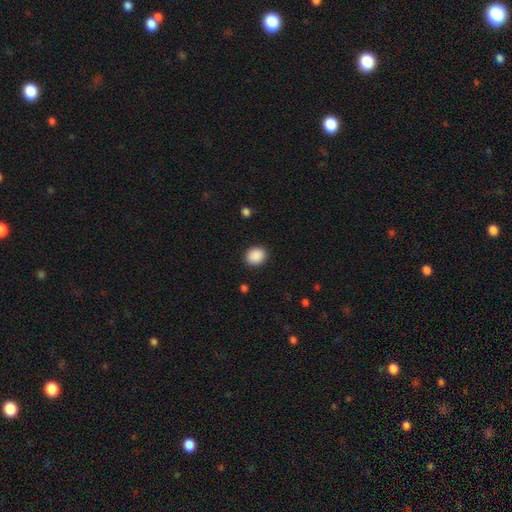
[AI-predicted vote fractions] Smooth or featured?
  - smooth: 90% *
  - star or artifact: 8%
  - featured or disk: 2%
How rounded?
  - round: 63% *
  - in between: 36%
  - cigar-shaped: 1%
Merging?
  - none: 90% *
  - minor disturbance: 7%
  - major disturbance: 2%
  - merger: 1%